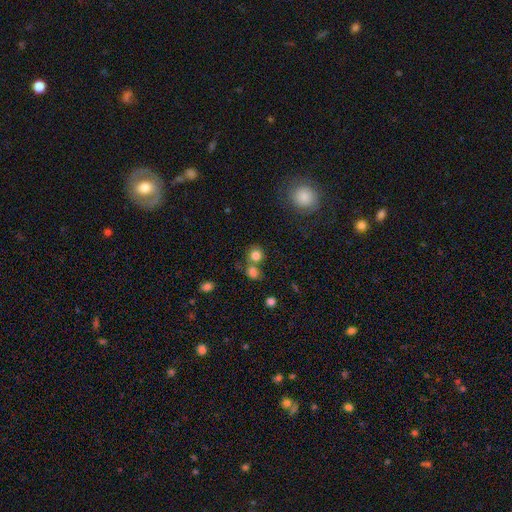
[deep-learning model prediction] Q: Smooth or featured?
A: smooth (80%); runner-up: star or artifact (13%)
Q: How rounded?
A: round (83%); runner-up: in between (16%)
Q: Merging?
A: none (58%); runner-up: merger (29%)